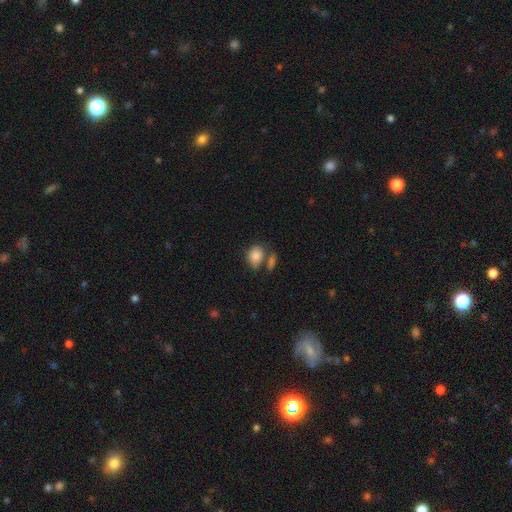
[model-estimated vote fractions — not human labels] Smooth or featured: smooth — 85% (star or artifact — 8%)
How rounded: in between — 62% (round — 36%)
Merging: none — 50% (merger — 26%)